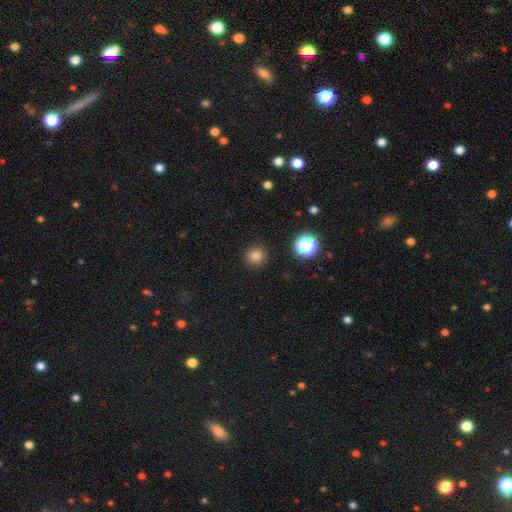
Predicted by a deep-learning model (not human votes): Smooth or featured?
  - smooth: 81% *
  - star or artifact: 15%
  - featured or disk: 4%
How rounded?
  - round: 92% *
  - in between: 7%
  - cigar-shaped: 1%
Merging?
  - none: 91% *
  - minor disturbance: 6%
  - major disturbance: 2%
  - merger: 1%